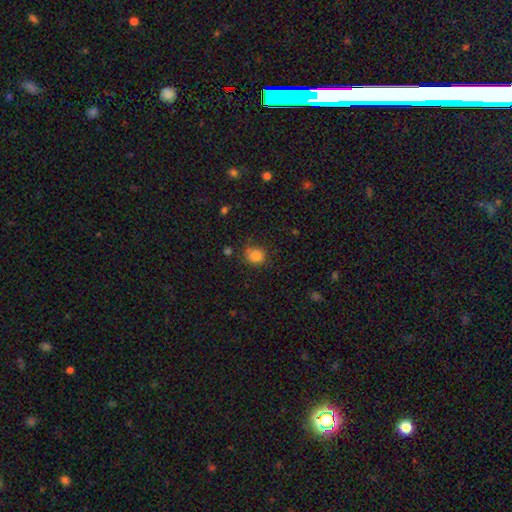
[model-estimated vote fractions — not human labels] The model was most divided on "how rounded": round: 68%, in between: 31%, cigar-shaped: 1%. More confident: smooth or featured — smooth (84%); merging — none (72%).